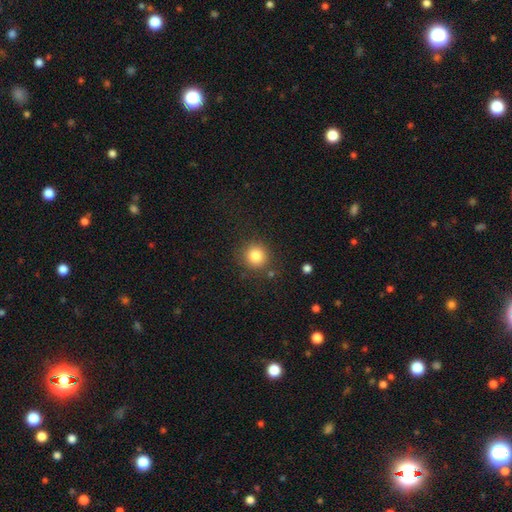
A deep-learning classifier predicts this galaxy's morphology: smooth_or_featured: smooth (p=0.83) [alt: star or artifact p=0.11]
how_rounded: round (p=0.91) [alt: in between p=0.08]
merging: none (p=0.86) [alt: minor disturbance p=0.08]